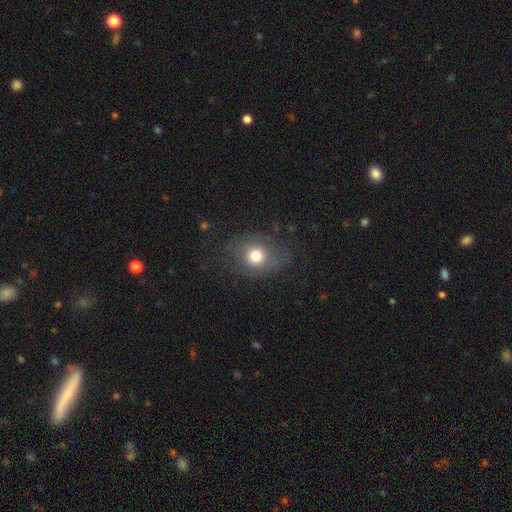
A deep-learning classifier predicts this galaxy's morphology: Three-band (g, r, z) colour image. It shows a smooth galaxy with no disk features (74%) that is round (62%). Merging: none (72%).